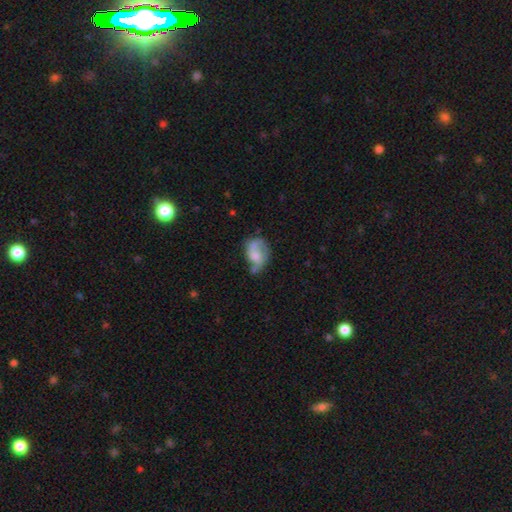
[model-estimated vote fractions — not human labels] This appears to be a featured or disk galaxy (55%) with no bar (65%), spiral arms (70%) and a moderate central bulge (36%). Merging: none (39%).